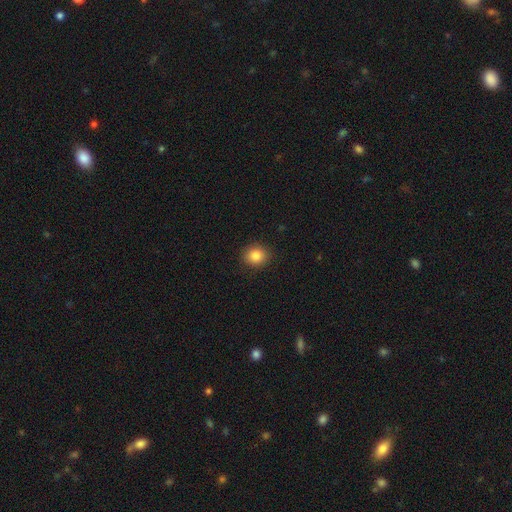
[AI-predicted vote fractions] This is clearly a smooth galaxy (85%). How rounded: likely round (75%). Merging: clearly none (90%).